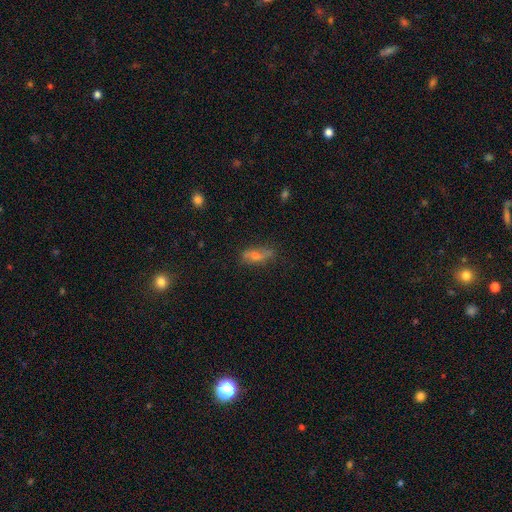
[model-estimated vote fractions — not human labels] A smooth galaxy with no disk features (50%) that is in between round and cigar-shaped (55%). Merging: none (61%).